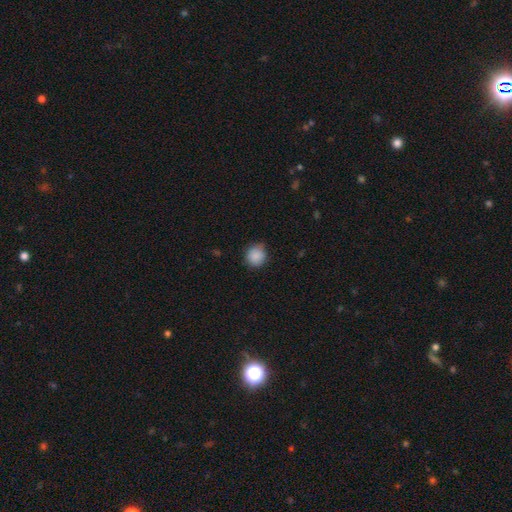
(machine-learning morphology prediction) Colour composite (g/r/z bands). It shows a smooth galaxy with no disk features (88%) that is round (85%). Merging: none (78%).